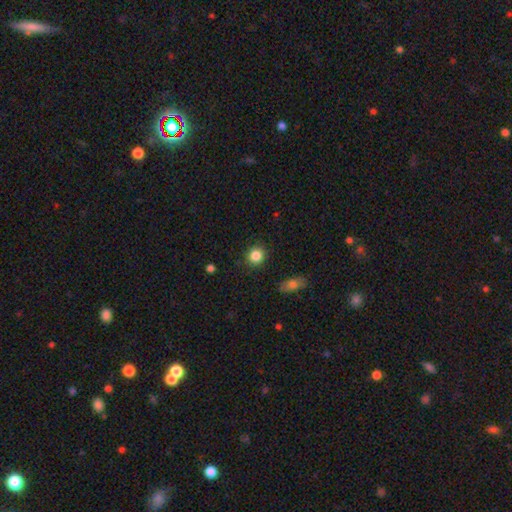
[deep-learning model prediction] The model was most divided on "how rounded": round: 87%, in between: 12%, cigar-shaped: 1%. More confident: merging — none (88%); smooth or featured — smooth (86%).